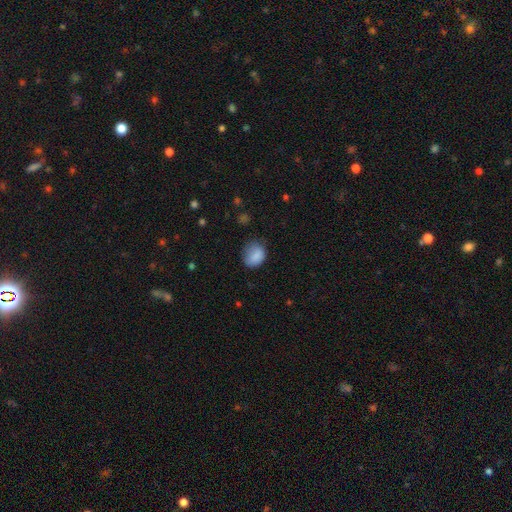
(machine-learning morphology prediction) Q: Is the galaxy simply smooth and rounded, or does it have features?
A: smooth — 85%.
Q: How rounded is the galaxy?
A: in between — 54%.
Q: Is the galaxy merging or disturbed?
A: none — 61%.